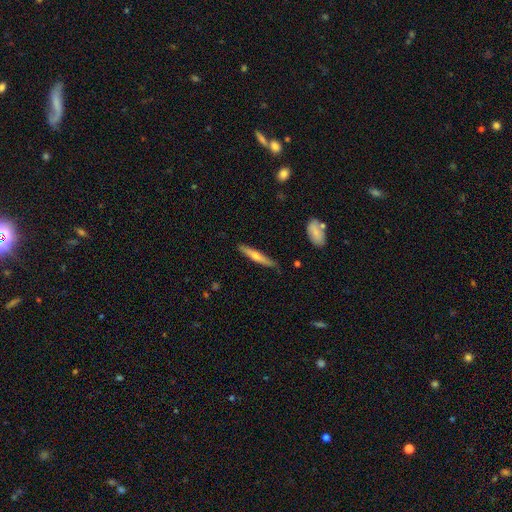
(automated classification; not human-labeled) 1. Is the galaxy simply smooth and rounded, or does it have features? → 51% smooth, 43% featured or disk, 6% star or artifact.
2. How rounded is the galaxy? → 91% cigar-shaped, 8% in between, 2% round.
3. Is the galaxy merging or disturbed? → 82% none, 14% minor disturbance, 2% major disturbance, 2% merger.